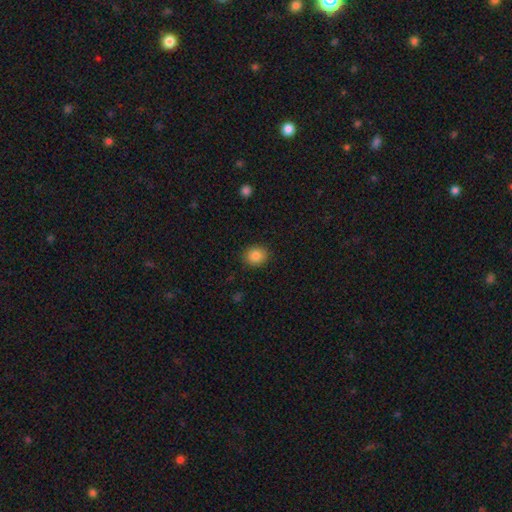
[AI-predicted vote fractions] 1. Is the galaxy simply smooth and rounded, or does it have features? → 85% smooth, 9% star or artifact, 6% featured or disk.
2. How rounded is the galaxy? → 68% round, 31% in between, 1% cigar-shaped.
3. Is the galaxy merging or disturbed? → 89% none, 8% minor disturbance, 2% major disturbance, 1% merger.